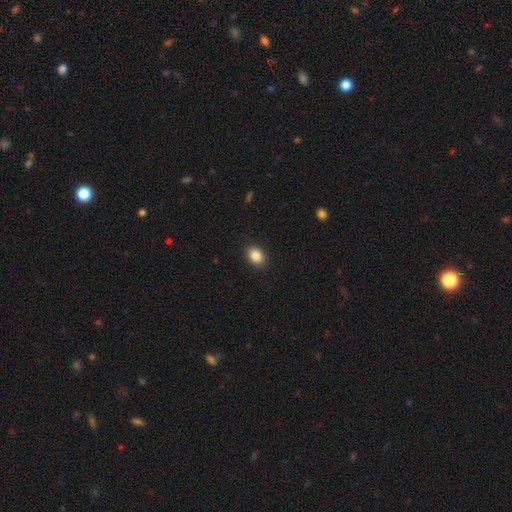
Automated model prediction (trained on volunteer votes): This appears to be a smooth galaxy with no disk features (86%) that is in between round and cigar-shaped (56%). Merging: none (91%).